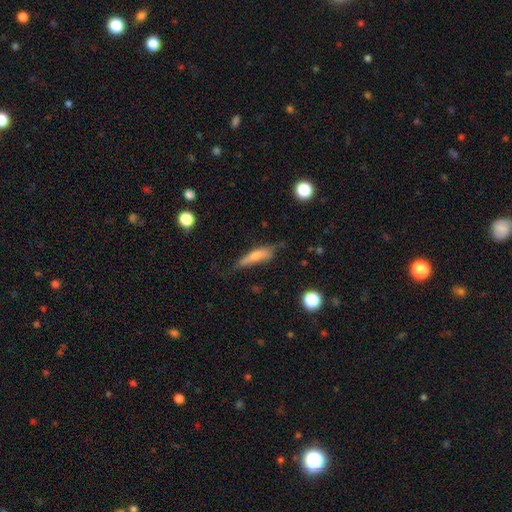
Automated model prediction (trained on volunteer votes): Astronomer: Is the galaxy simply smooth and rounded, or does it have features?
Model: smooth — 53% (runner-up: featured or disk, 39%).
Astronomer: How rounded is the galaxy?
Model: cigar-shaped — 70%.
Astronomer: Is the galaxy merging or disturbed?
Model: none — 55% (runner-up: minor disturbance, 31%).